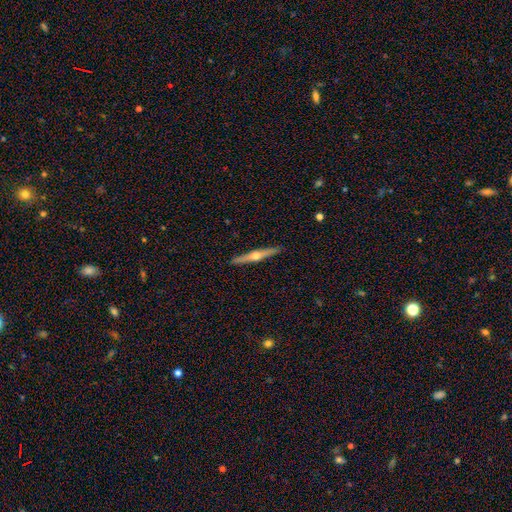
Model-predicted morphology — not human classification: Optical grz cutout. It shows a featured or disk galaxy (76%) viewed edge-on (98%) with a rounded central bulge (94%). Merging: none (92%).